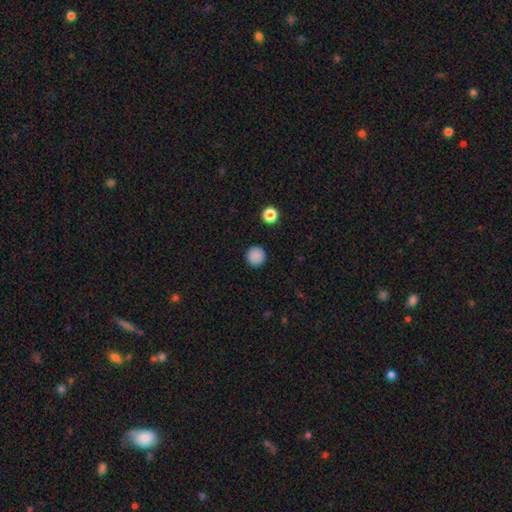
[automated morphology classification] This is clearly a smooth galaxy (87%). How rounded: clearly round (95%). Merging: clearly none (92%).